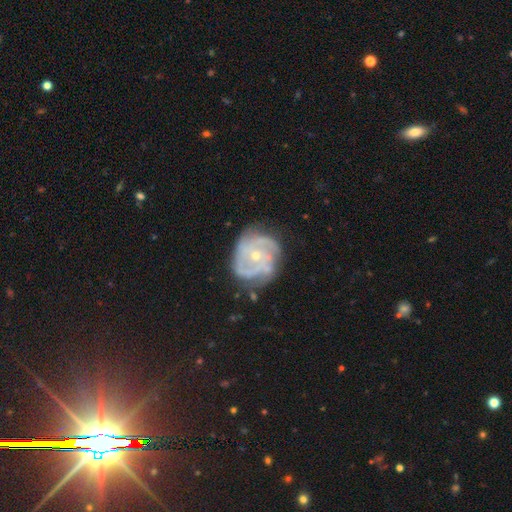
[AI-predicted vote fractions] The model was most divided on "spiral winding": tight: 54%, medium: 37%, loose: 10%. Remaining: edge-on disk — no (98%); spiral arms — yes (93%); smooth or featured — featured or disk (85%); bar — no (76%); merging — none (66%); bulge size — small (65%); spiral arm count — 3 (37%).